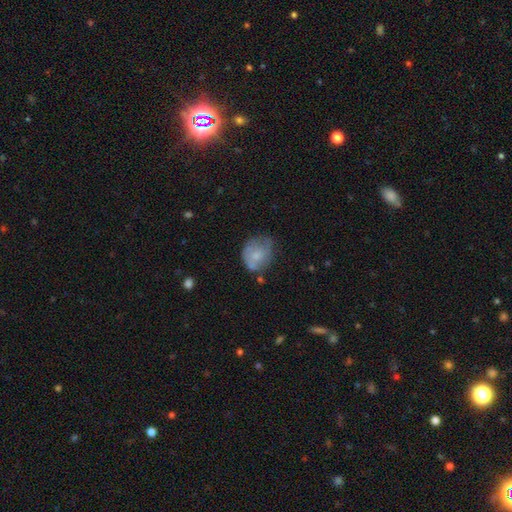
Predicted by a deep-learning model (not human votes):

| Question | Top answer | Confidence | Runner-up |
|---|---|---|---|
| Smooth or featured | smooth | 59% | featured or disk (34%) |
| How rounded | round | 61% | in between (38%) |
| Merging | none | 49% | minor disturbance (33%) |